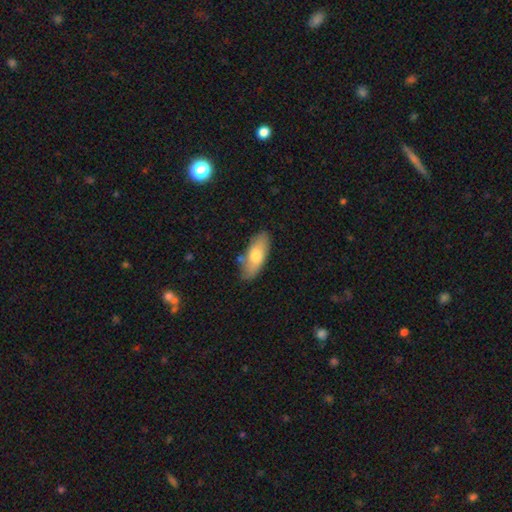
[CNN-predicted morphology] This is likely a smooth galaxy (71%). How rounded: clearly in between (80%). Merging: likely none (79%).